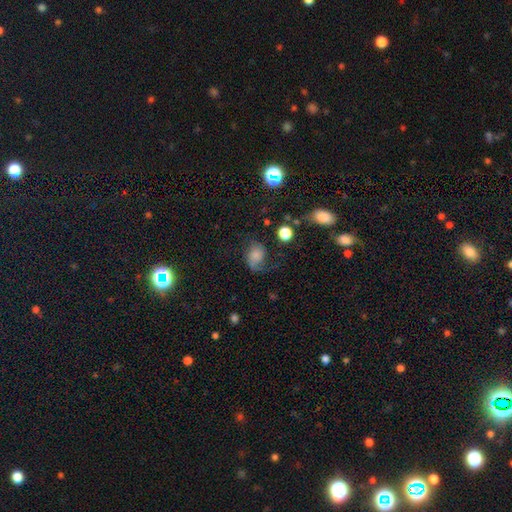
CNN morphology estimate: Overall: smooth (46%; featured or disk 41%). Merging: none (48%; minor disturbance 25%).